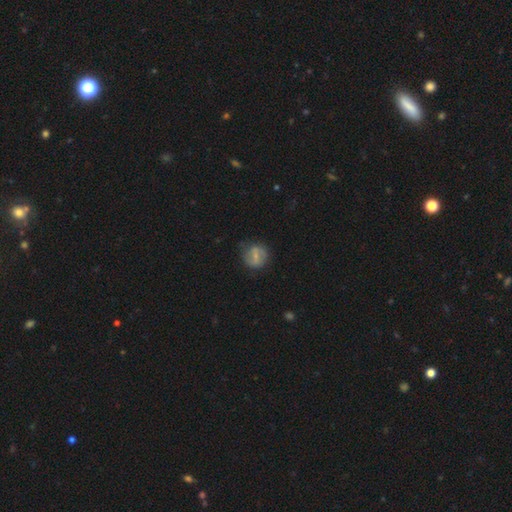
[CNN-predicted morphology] smooth_or_featured: smooth (p=0.52) [alt: featured or disk p=0.40]
how_rounded: round (p=0.80) [alt: in between p=0.18]
merging: none (p=0.72) [alt: minor disturbance p=0.19]